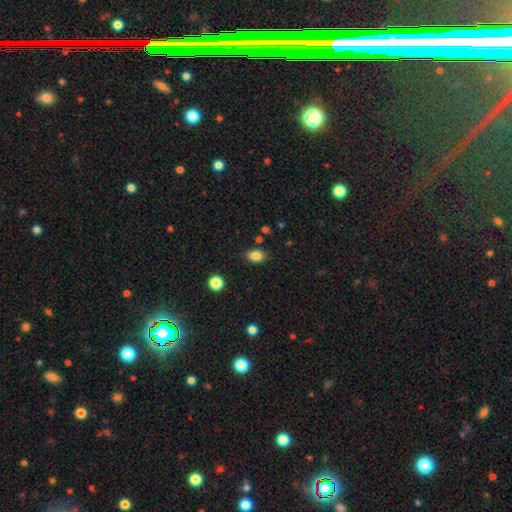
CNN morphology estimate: smooth 85%, star or artifact 10%, featured or disk 5%. Down the decision tree: how rounded — in between (76%); merging — none (84%).